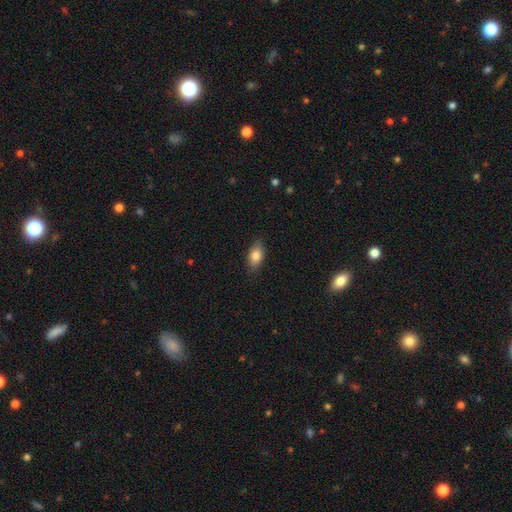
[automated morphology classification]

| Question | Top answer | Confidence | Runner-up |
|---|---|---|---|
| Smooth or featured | smooth | 83% | featured or disk (9%) |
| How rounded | in between | 87% | round (9%) |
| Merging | none | 82% | minor disturbance (14%) |